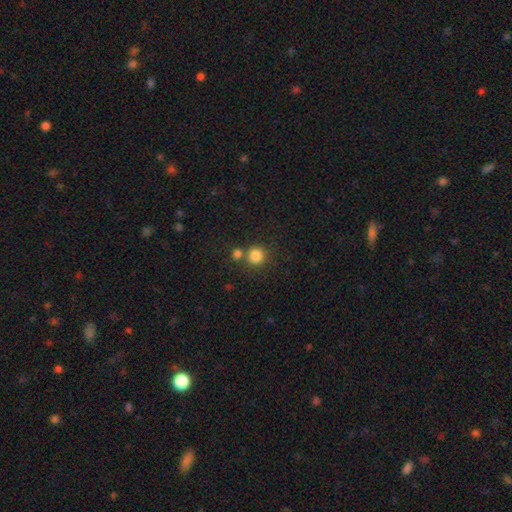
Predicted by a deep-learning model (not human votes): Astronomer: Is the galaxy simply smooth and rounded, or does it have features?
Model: smooth — 83%.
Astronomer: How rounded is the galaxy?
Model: round — 93%.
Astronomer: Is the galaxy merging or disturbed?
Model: none — 70%.